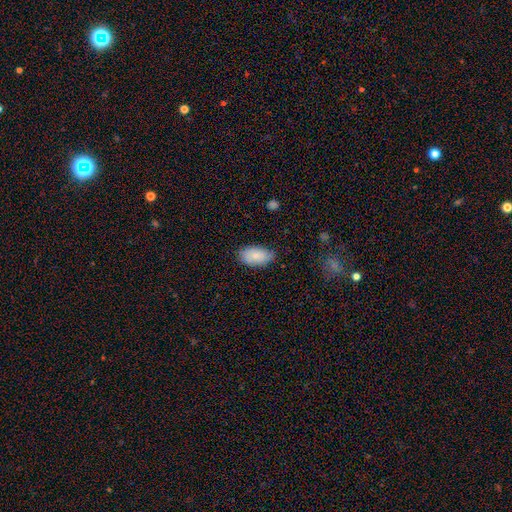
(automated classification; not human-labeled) A smooth galaxy with no disk features (83%) that is in between round and cigar-shaped (95%).

Vote fractions:
- Smooth or featured? smooth: 83% / featured or disk: 11% / star or artifact: 7%
- How rounded? in between: 95% / round: 3% / cigar-shaped: 2%
- Merging? none: 74% / minor disturbance: 21% / major disturbance: 4% / merger: 1%